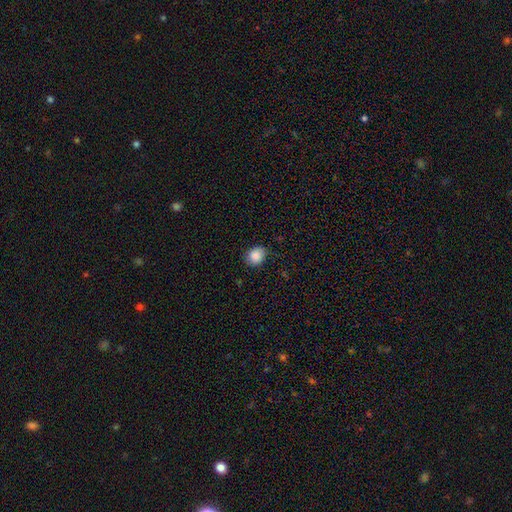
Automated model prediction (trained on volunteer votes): This appears to be a smooth galaxy with no disk features (87%) that is round (61%). Merging: none (80%).